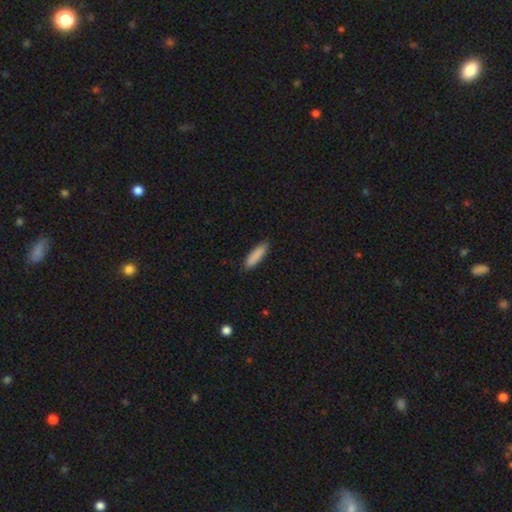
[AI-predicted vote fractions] Smooth or featured?
  - smooth: 88% *
  - featured or disk: 6%
  - star or artifact: 6%
How rounded?
  - cigar-shaped: 69% *
  - in between: 29%
  - round: 1%
Merging?
  - none: 88% *
  - minor disturbance: 9%
  - major disturbance: 2%
  - merger: 1%